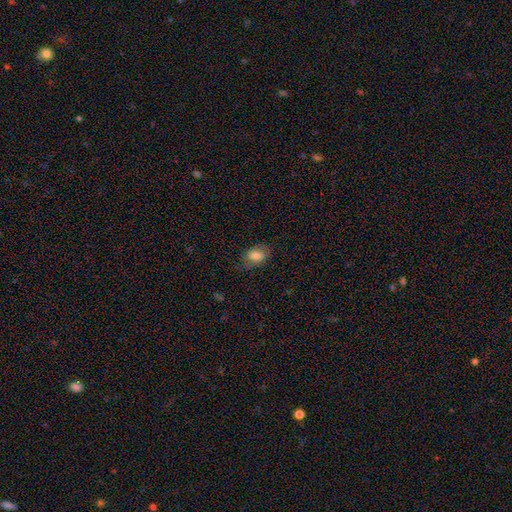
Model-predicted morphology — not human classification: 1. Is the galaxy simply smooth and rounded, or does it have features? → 78% smooth, 13% featured or disk, 9% star or artifact.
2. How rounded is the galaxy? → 86% in between, 12% round, 2% cigar-shaped.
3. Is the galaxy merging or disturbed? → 63% none, 25% minor disturbance, 10% major disturbance, 1% merger.